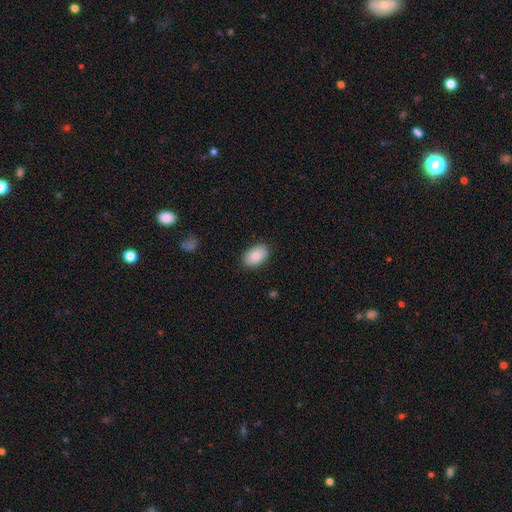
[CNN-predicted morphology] smooth-or-featured: smooth: 88% | star or artifact: 6% | featured or disk: 6%
  how-rounded: in between: 91% | round: 8% | cigar-shaped: 1%
  merging: none: 87% | minor disturbance: 10% | major disturbance: 2% | merger: 1%